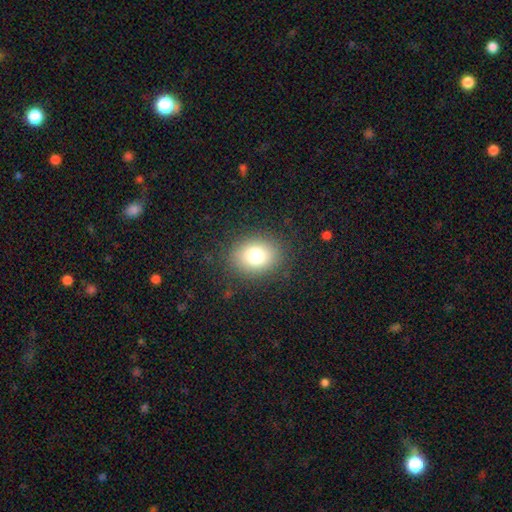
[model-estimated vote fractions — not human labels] A smooth galaxy with no disk features (78%) that is round (56%). Merging: none (86%).